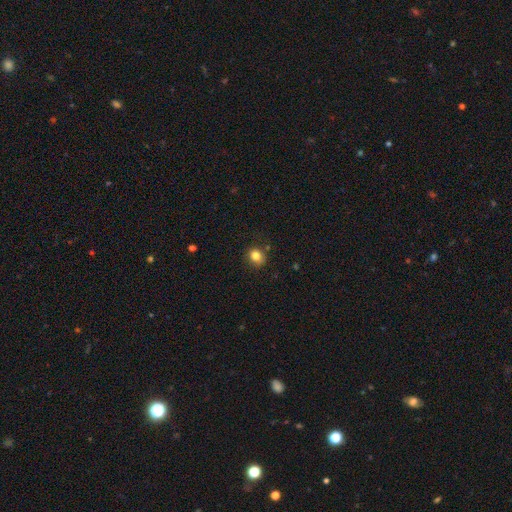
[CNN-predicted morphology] Smooth or featured?
  - smooth: 82% *
  - star or artifact: 12%
  - featured or disk: 7%
How rounded?
  - round: 75% *
  - in between: 24%
  - cigar-shaped: 1%
Merging?
  - none: 82% *
  - minor disturbance: 13%
  - major disturbance: 3%
  - merger: 2%